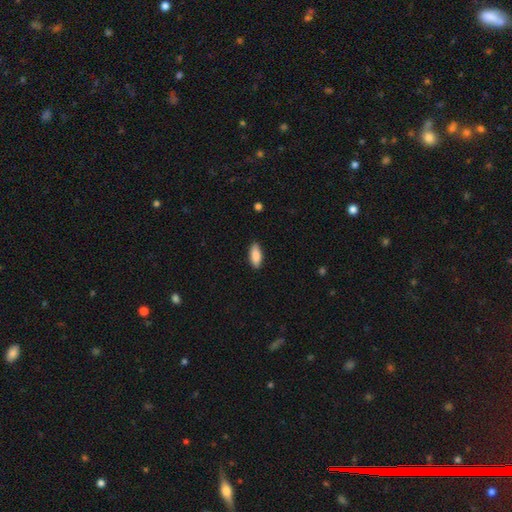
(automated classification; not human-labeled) Morphology: type=smooth (88%); roundness=in between (82%); merging=none (86%).